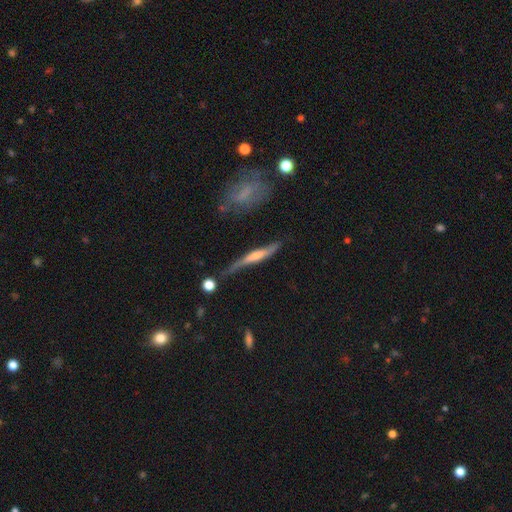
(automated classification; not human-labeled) Morphology: type=featured or disk (66%); edge-on=yes (87%); edge-on bulge=rounded (60%); merging=none (59%).